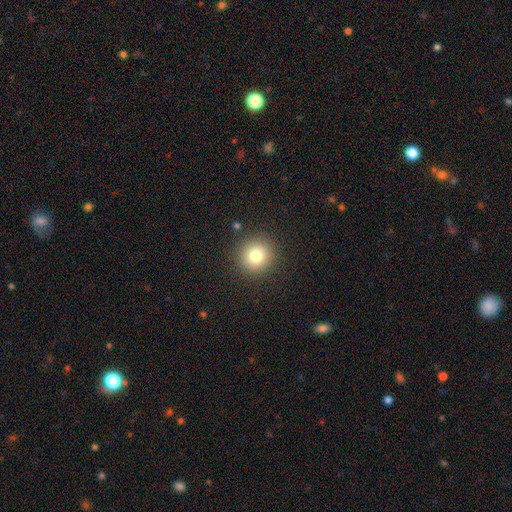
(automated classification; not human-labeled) A smooth galaxy with no disk features (79%) that is round (94%). Merging: none (90%).